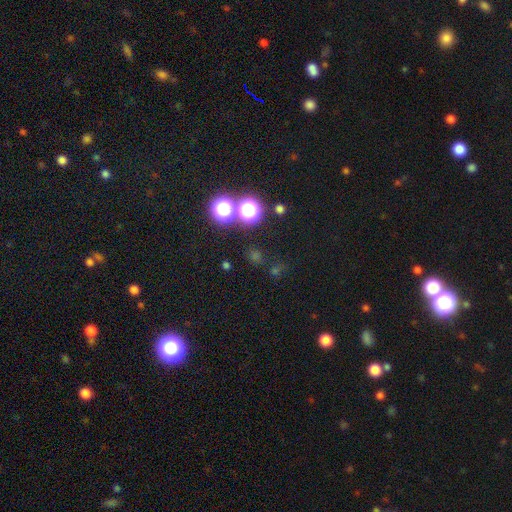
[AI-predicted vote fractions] A star or artifact, not a galaxy (57%).

Vote fractions:
- Smooth or featured? star or artifact: 57% / smooth: 36% / featured or disk: 7%